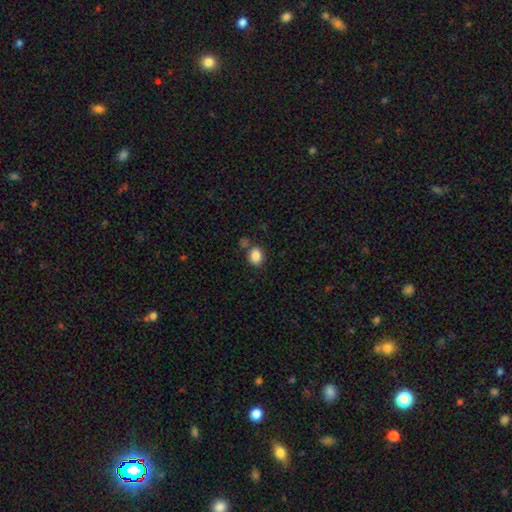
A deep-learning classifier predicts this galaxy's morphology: A smooth galaxy with no disk features (87%) that is in between round and cigar-shaped (54%). Merging: none (72%).